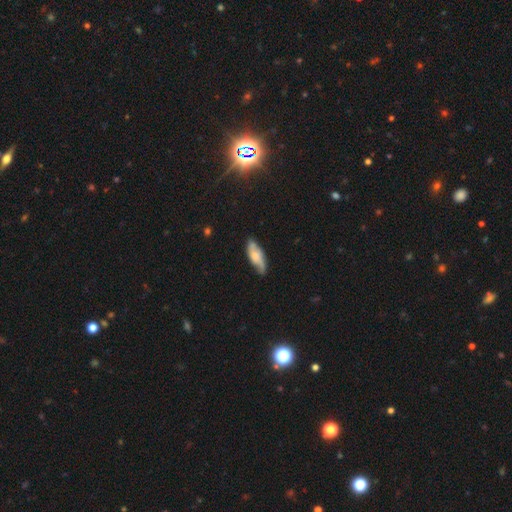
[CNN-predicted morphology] smooth 48%, featured or disk 46%, star or artifact 7%. Down the decision tree: merging — none (68%).